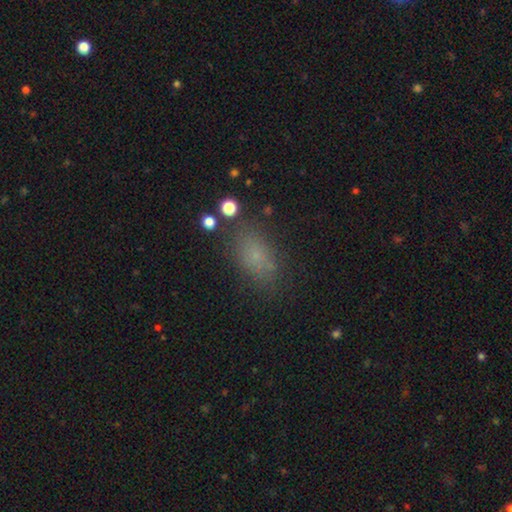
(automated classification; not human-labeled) Q: Smooth or featured?
A: smooth (71%); runner-up: star or artifact (18%)
Q: How rounded?
A: in between (84%); runner-up: round (10%)
Q: Merging?
A: none (75%); runner-up: minor disturbance (15%)